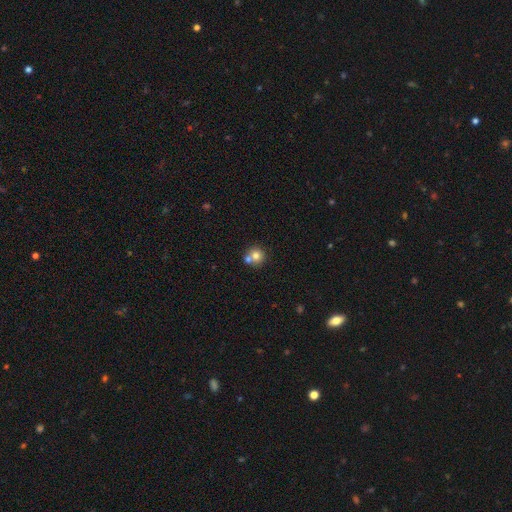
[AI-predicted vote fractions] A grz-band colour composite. It shows a smooth galaxy with no disk features (75%) that is round (90%). Merging: none (51%).